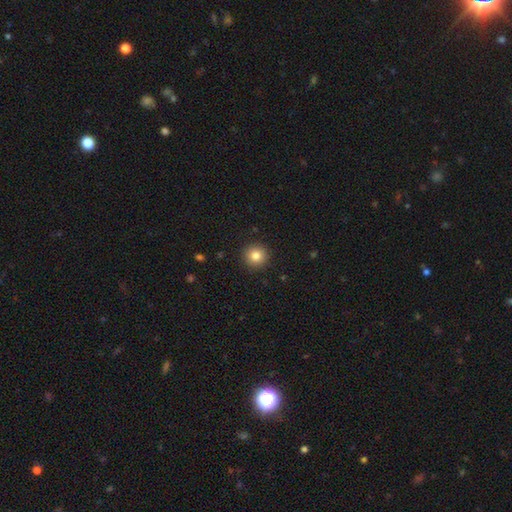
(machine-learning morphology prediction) A smooth galaxy with no disk features (84%) that is round (95%).

Vote fractions:
- Smooth or featured? smooth: 84% / star or artifact: 10% / featured or disk: 6%
- How rounded? round: 95% / in between: 4% / cigar-shaped: 1%
- Merging? none: 92% / minor disturbance: 5% / major disturbance: 2% / merger: 1%